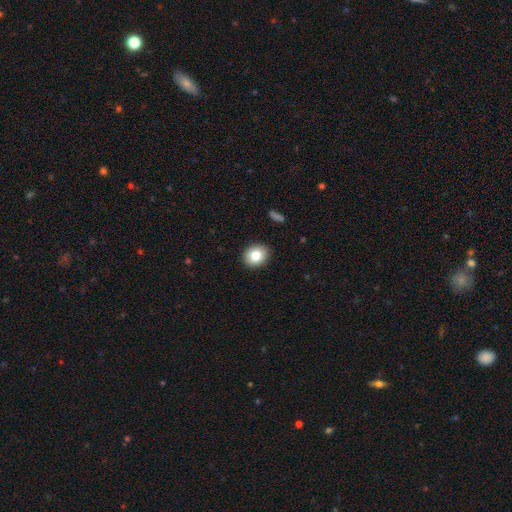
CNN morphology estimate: Smooth or featured?
  - smooth: 81% *
  - star or artifact: 10%
  - featured or disk: 9%
How rounded?
  - round: 67% *
  - in between: 32%
  - cigar-shaped: 1%
Merging?
  - none: 91% *
  - minor disturbance: 6%
  - major disturbance: 2%
  - merger: 1%